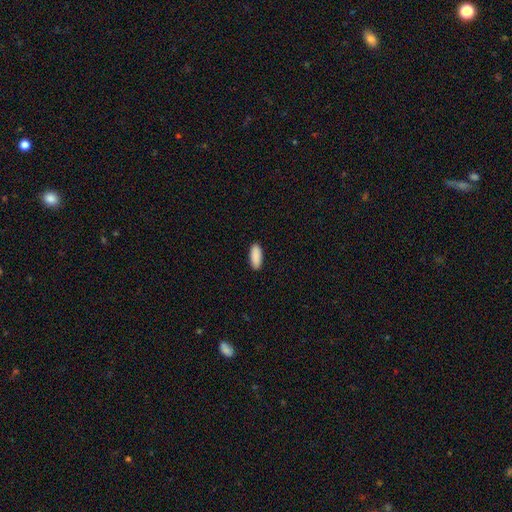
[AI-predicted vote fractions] A smooth galaxy with no disk features (91%) that is in between round and cigar-shaped (80%). Merging: none (90%).